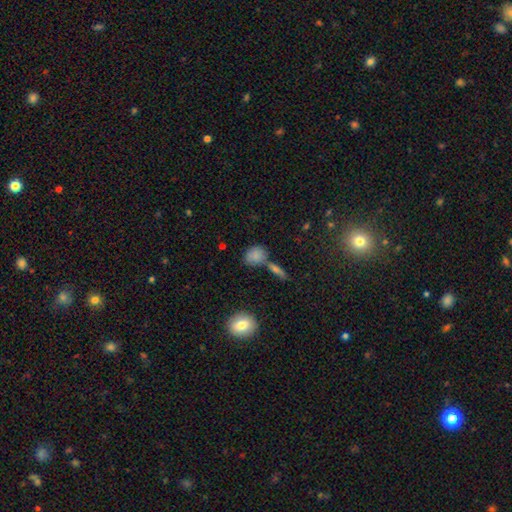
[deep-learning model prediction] Overall: smooth (81%). How rounded: round (49%; in between 48%). Merging: none (54%; merger 26%).